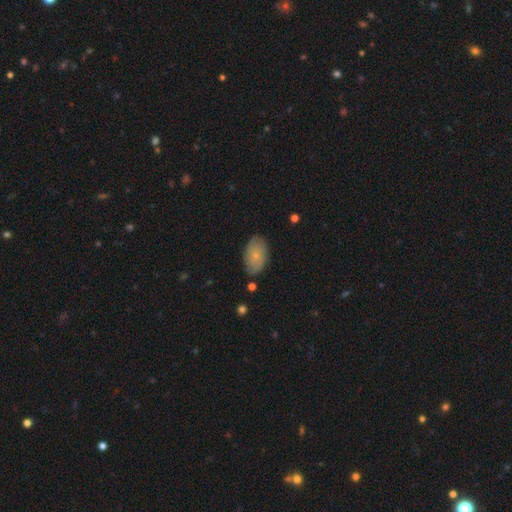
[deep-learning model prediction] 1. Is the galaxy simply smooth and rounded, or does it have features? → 66% smooth, 28% featured or disk, 7% star or artifact.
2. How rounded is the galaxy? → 92% in between, 7% round, 2% cigar-shaped.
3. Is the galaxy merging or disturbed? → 81% none, 14% minor disturbance, 3% major disturbance, 2% merger.